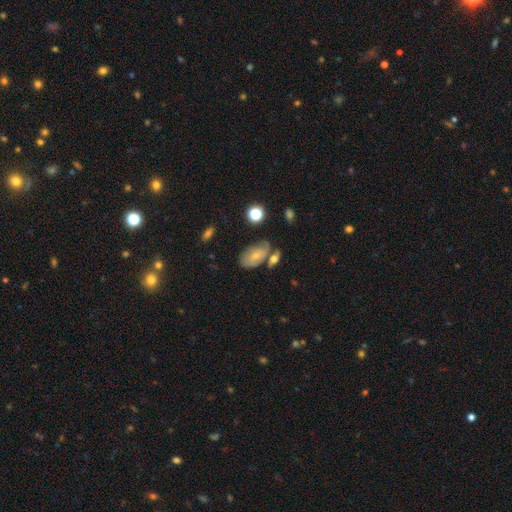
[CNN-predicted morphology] Smooth or featured?
  - smooth: 57% *
  - featured or disk: 34%
  - star or artifact: 10%
How rounded?
  - in between: 90% *
  - round: 7%
  - cigar-shaped: 3%
Merging?
  - none: 48% *
  - minor disturbance: 22%
  - merger: 20%
  - major disturbance: 9%